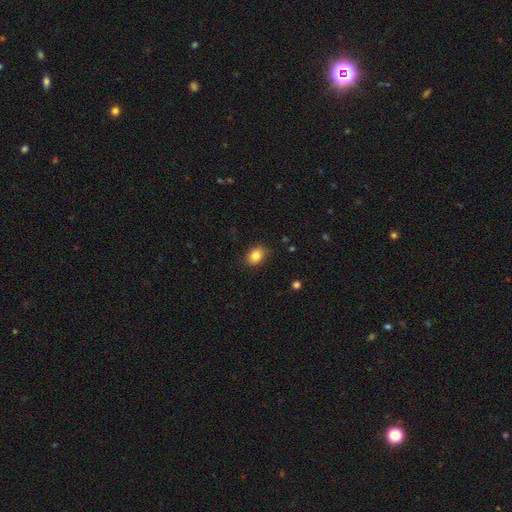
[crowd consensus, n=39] Volunteers were most divided on "how rounded": in between: 72%, round: 28%, cigar-shaped: 0%. More confident: smooth or featured — smooth (92%); merging — none (86%).